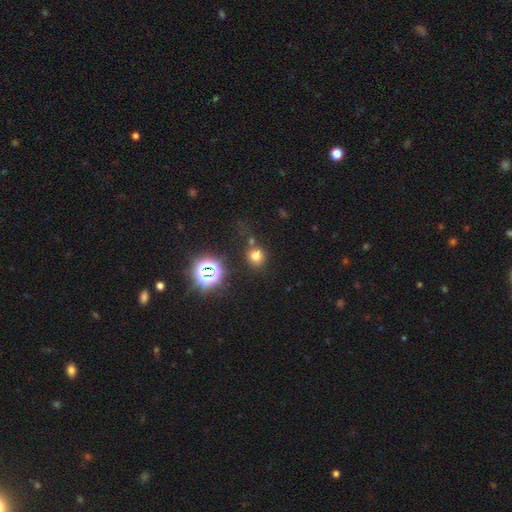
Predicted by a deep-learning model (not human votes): Morphology: type=smooth (69%); roundness=round (83%); merging=none (71%).